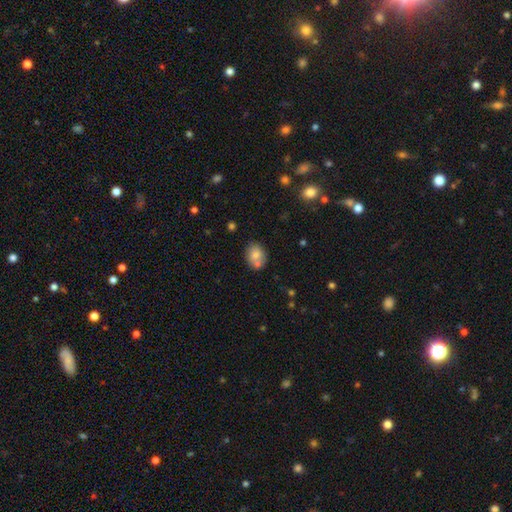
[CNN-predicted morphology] Smooth or featured?
  - smooth: 76% *
  - featured or disk: 15%
  - star or artifact: 10%
How rounded?
  - in between: 50% *
  - round: 49%
  - cigar-shaped: 1%
Merging?
  - none: 61% *
  - merger: 22%
  - minor disturbance: 13%
  - major disturbance: 3%